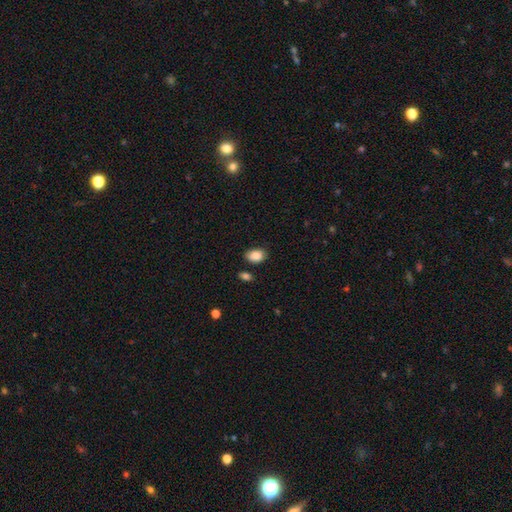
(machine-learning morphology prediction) Smooth or featured?
  - smooth: 88% *
  - star or artifact: 8%
  - featured or disk: 4%
How rounded?
  - in between: 82% *
  - round: 17%
  - cigar-shaped: 1%
Merging?
  - none: 75% *
  - minor disturbance: 18%
  - merger: 4%
  - major disturbance: 3%